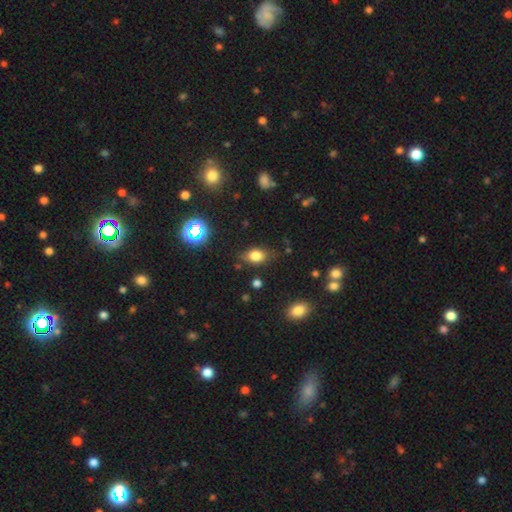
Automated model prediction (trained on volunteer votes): A smooth galaxy with no disk features (77%) that is in between round and cigar-shaped (79%).

Vote fractions:
- Smooth or featured? smooth: 77% / star or artifact: 13% / featured or disk: 10%
- How rounded? in between: 79% / round: 19% / cigar-shaped: 2%
- Merging? none: 75% / minor disturbance: 18% / major disturbance: 4% / merger: 3%